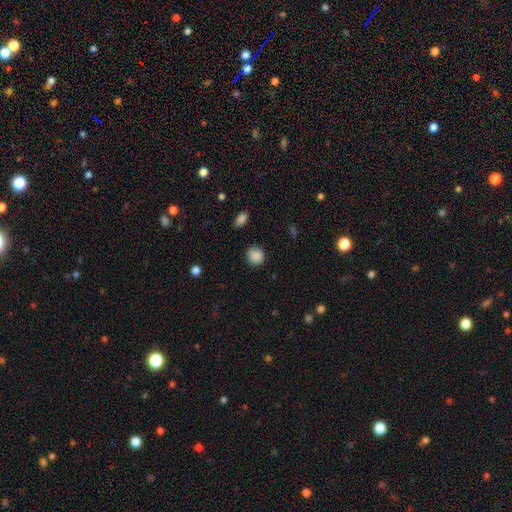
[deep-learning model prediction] Smooth or featured? smooth (88%)
How rounded? round (87%)
Merging? none (86%)